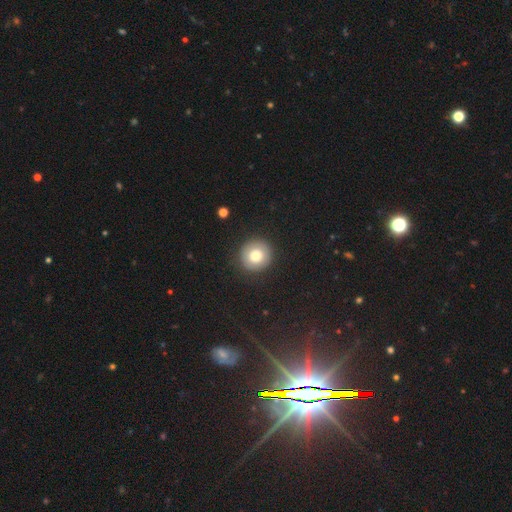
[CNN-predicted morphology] The model was most divided on "smooth or featured": smooth: 76%, featured or disk: 15%, star or artifact: 9%. More confident: how rounded — round (94%); merging — none (90%).